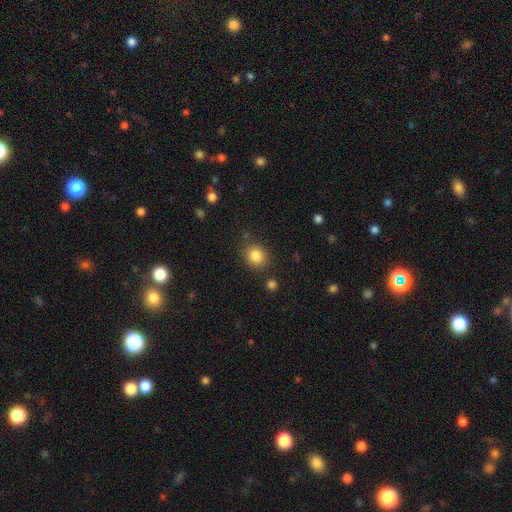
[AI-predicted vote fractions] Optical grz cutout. It shows a smooth galaxy with no disk features (84%) that is round (73%). Merging: none (82%).